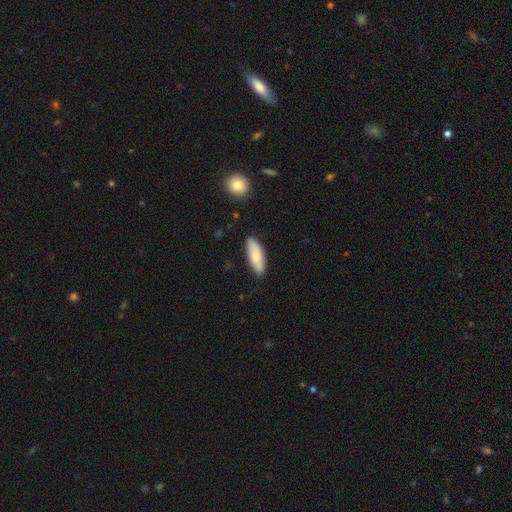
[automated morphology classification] smooth-or-featured: smooth: 74% | featured or disk: 20% | star or artifact: 6%
  how-rounded: in between: 60% | cigar-shaped: 38% | round: 2%
  merging: none: 83% | minor disturbance: 13% | major disturbance: 2% | merger: 2%